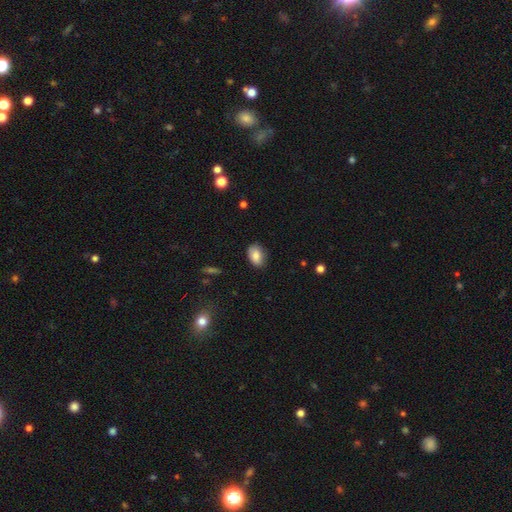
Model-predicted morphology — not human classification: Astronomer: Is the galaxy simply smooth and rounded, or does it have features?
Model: smooth — 84%.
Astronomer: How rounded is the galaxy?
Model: in between — 87%.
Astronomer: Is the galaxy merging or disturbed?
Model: none — 81%.